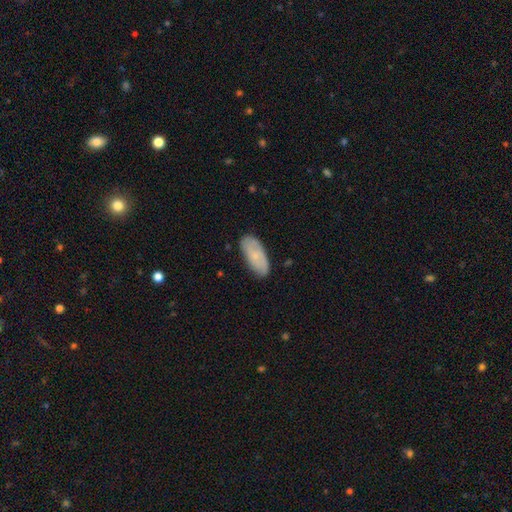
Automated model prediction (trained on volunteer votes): smooth_or_featured: smooth (p=0.57) [alt: featured or disk p=0.36]
how_rounded: in between (p=0.86) [alt: cigar-shaped p=0.11]
merging: none (p=0.79) [alt: minor disturbance p=0.17]